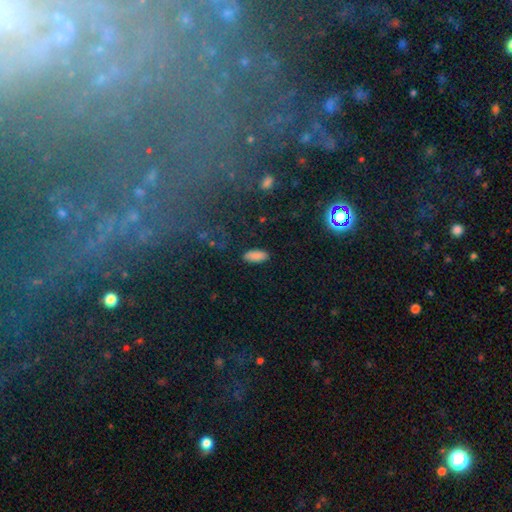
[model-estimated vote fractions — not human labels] Smooth or featured?
  - smooth: 87% *
  - star or artifact: 8%
  - featured or disk: 5%
How rounded?
  - in between: 85% *
  - cigar-shaped: 13%
  - round: 2%
Merging?
  - none: 87% *
  - minor disturbance: 10%
  - major disturbance: 2%
  - merger: 1%